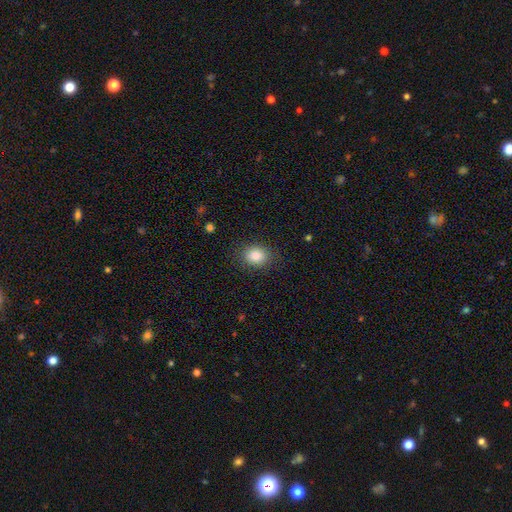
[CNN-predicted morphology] Smooth or featured?
  - smooth: 85% *
  - star or artifact: 9%
  - featured or disk: 6%
How rounded?
  - round: 51% *
  - in between: 48%
  - cigar-shaped: 1%
Merging?
  - none: 85% *
  - minor disturbance: 11%
  - major disturbance: 4%
  - merger: 1%